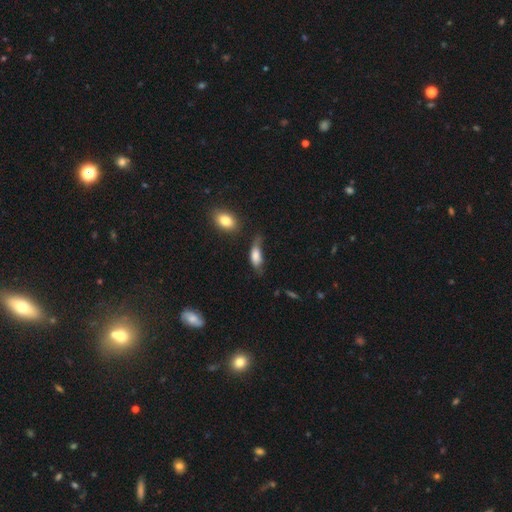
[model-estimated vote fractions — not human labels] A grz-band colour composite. It shows a smooth galaxy with no disk features (75%) that is in between round and cigar-shaped (79%). Merging: minor disturbance (36%).